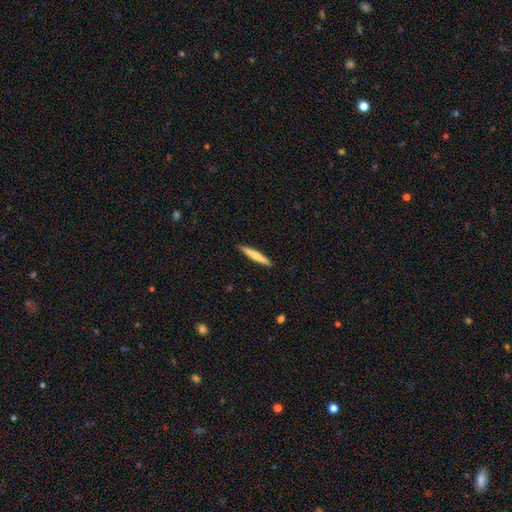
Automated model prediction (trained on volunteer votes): This appears to be a smooth galaxy with no disk features (68%) that is cigar-shaped (95%). Merging: none (91%).